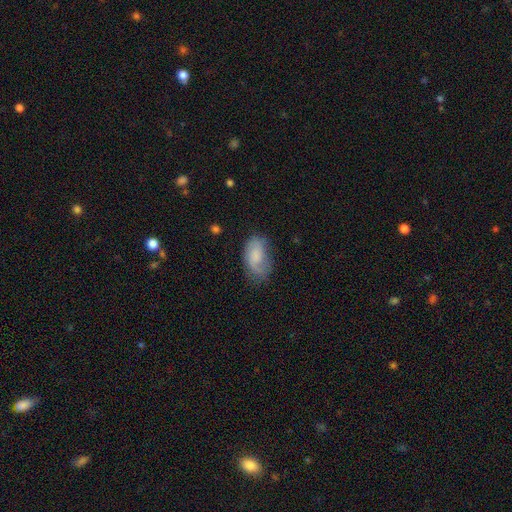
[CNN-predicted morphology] smooth-or-featured: smooth: 57% | featured or disk: 36% | star or artifact: 8%
  how-rounded: in between: 91% | round: 7% | cigar-shaped: 2%
  merging: none: 56% | minor disturbance: 28% | major disturbance: 14% | merger: 2%